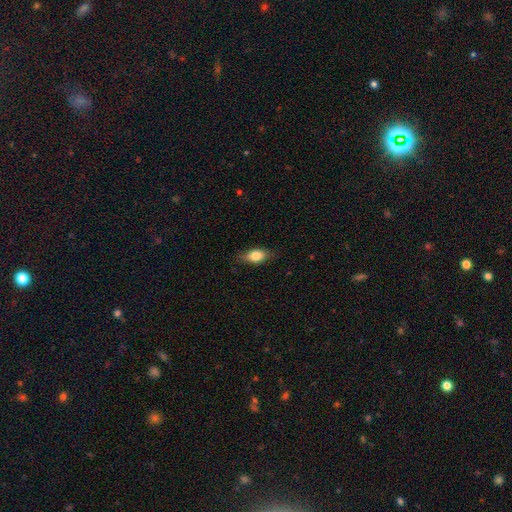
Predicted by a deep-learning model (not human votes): smooth 77%, featured or disk 16%, star or artifact 7%. Down the decision tree: how rounded — in between (82%); merging — none (79%).